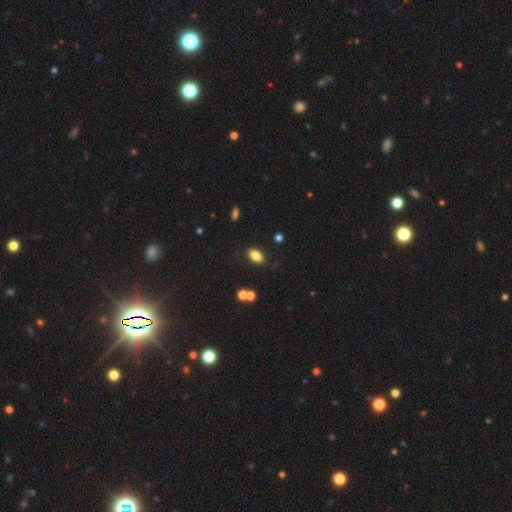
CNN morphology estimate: Q: Smooth or featured?
A: smooth (81%); runner-up: star or artifact (10%)
Q: How rounded?
A: in between (89%); runner-up: round (6%)
Q: Merging?
A: none (85%); runner-up: minor disturbance (10%)